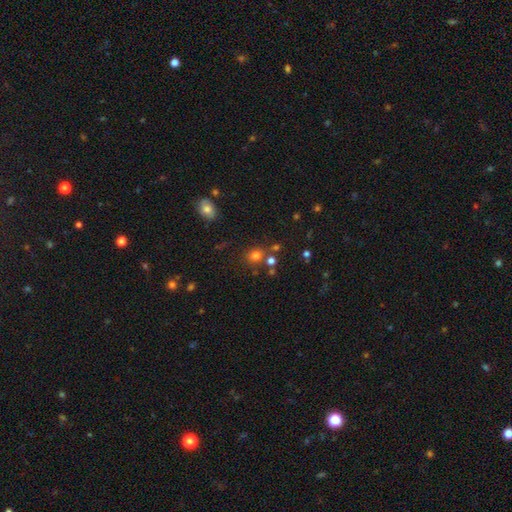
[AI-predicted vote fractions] Smooth or featured?
  - smooth: 73% *
  - star or artifact: 18%
  - featured or disk: 8%
How rounded?
  - round: 79% *
  - in between: 20%
  - cigar-shaped: 1%
Merging?
  - none: 71% *
  - merger: 15%
  - minor disturbance: 10%
  - major disturbance: 4%